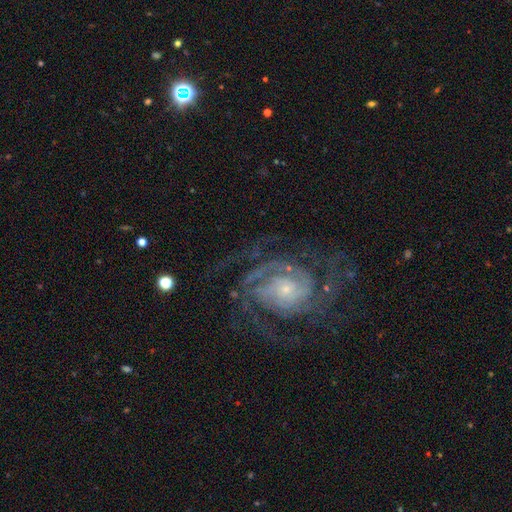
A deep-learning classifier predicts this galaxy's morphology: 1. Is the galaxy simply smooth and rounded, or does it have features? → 85% featured or disk, 10% star or artifact, 5% smooth.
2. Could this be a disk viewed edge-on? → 97% no, 3% yes.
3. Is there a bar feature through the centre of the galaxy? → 64% no, 27% weak, 9% strong.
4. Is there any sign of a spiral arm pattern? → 97% yes, 3% no.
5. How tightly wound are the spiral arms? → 66% tight, 29% medium, 5% loose.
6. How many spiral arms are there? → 28% 2, 22% can't tell, 21% 3, 13% 4, 9% more than 4, 8% 1.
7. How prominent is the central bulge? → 59% small, 33% moderate, 4% large, 3% none, 1% dominant.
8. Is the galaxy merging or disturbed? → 74% none, 14% minor disturbance, 10% major disturbance, 1% merger.